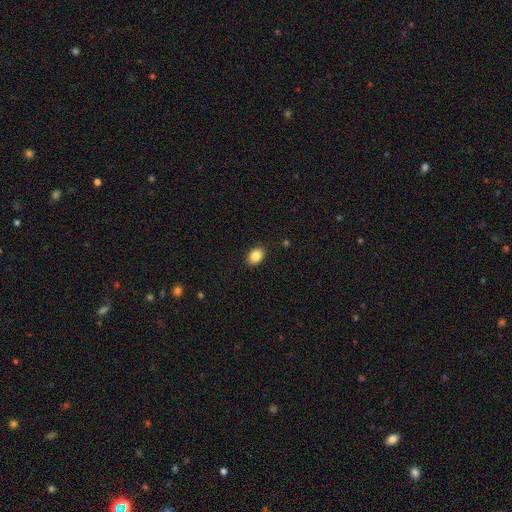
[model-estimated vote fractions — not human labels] Smooth or featured? Predicted: smooth (p=0.87). How rounded? Predicted: in between (p=0.77). Merging? Predicted: none (p=0.89).